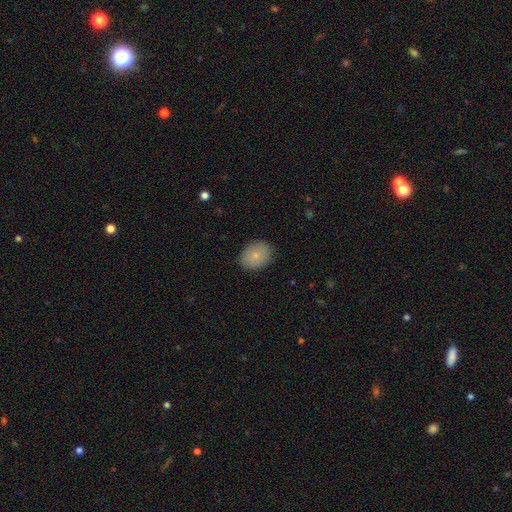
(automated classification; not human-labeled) Smooth or featured? Predicted: smooth (p=0.81). How rounded? Predicted: in between (p=0.58). Merging? Predicted: none (p=0.87).